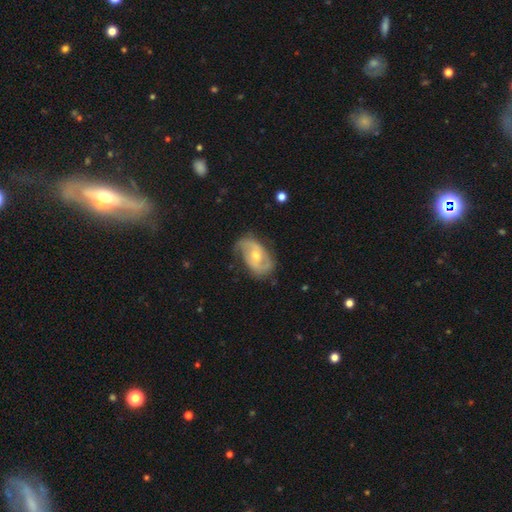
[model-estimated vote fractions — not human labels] A featured or disk galaxy (82%) with no bar (52%), 2 (82%) medium (45%) spiral arms (92%) and a moderate central bulge (61%).

Vote fractions:
- Smooth or featured? featured or disk: 82% / smooth: 12% / star or artifact: 6%
- Edge-on disk? no: 96% / yes: 4%
- Bar? no: 52% / weak: 38% / strong: 10%
- Spiral arms? yes: 92% / no: 8%
- Spiral winding? medium: 45% / tight: 30% / loose: 24%
- Spiral arm count? 2: 82% / can't tell: 9% / 1: 4% / 3: 3% / 4: 1% / more than 4: 1%
- Bulge size? moderate: 61% / small: 35% / large: 2% / none: 1% / dominant: 1%
- Merging? none: 70% / minor disturbance: 22% / major disturbance: 7% / merger: 1%